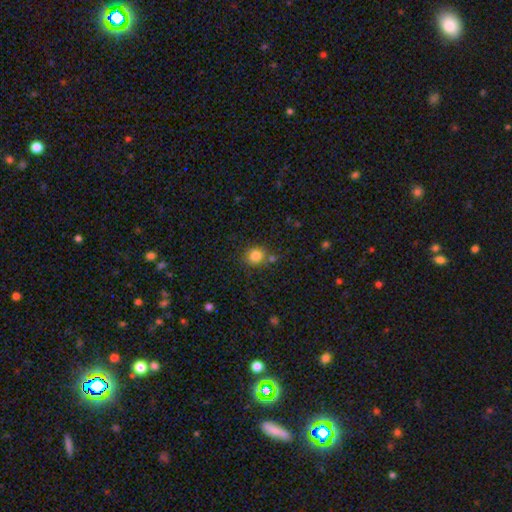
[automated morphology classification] Smooth or featured? Predicted: smooth (p=0.83). How rounded? Predicted: round (p=0.84). Merging? Predicted: none (p=0.72).